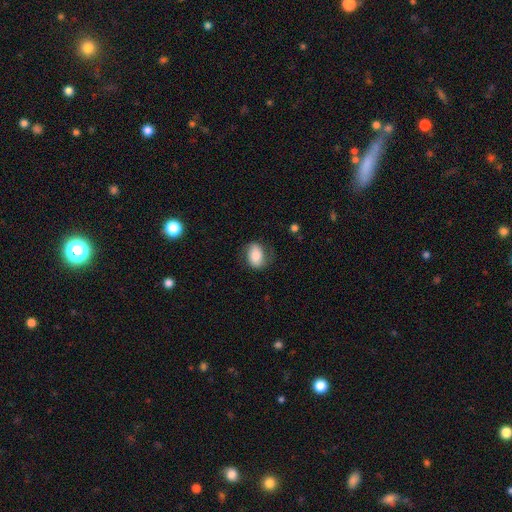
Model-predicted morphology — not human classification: A smooth galaxy with no disk features (69%) that is in between round and cigar-shaped (77%). Merging: none (67%).